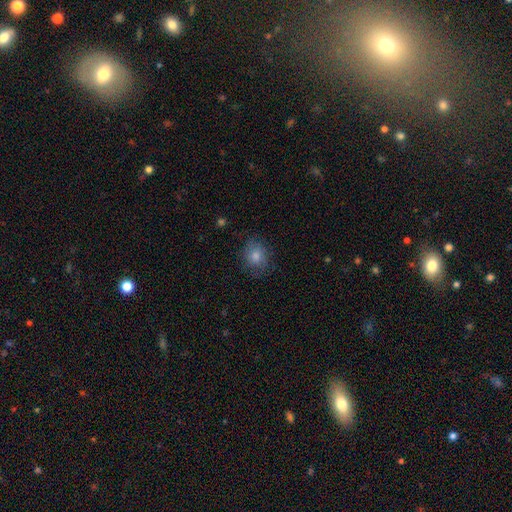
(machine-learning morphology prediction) smooth-or-featured: smooth: 70% | featured or disk: 17% | star or artifact: 13%
  how-rounded: round: 63% | in between: 36% | cigar-shaped: 1%
  merging: none: 77% | minor disturbance: 16% | major disturbance: 6% | merger: 1%